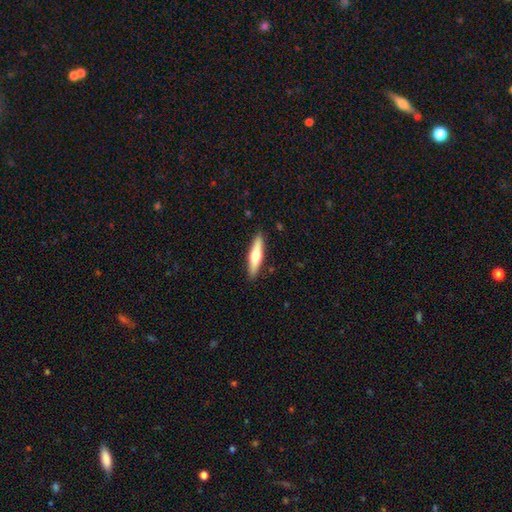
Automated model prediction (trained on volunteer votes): Overall: smooth (49%; featured or disk 46%). Merging: none (90%).